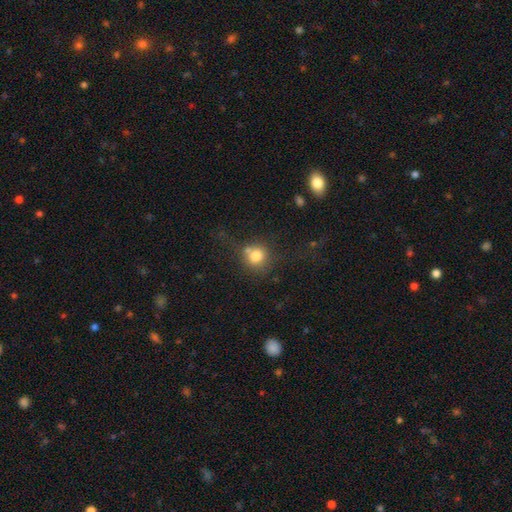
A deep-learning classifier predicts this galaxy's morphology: Smooth or featured?
  - smooth: 78% *
  - star or artifact: 11%
  - featured or disk: 11%
How rounded?
  - round: 87% *
  - in between: 12%
  - cigar-shaped: 1%
Merging?
  - none: 56% *
  - merger: 22%
  - minor disturbance: 14%
  - major disturbance: 7%